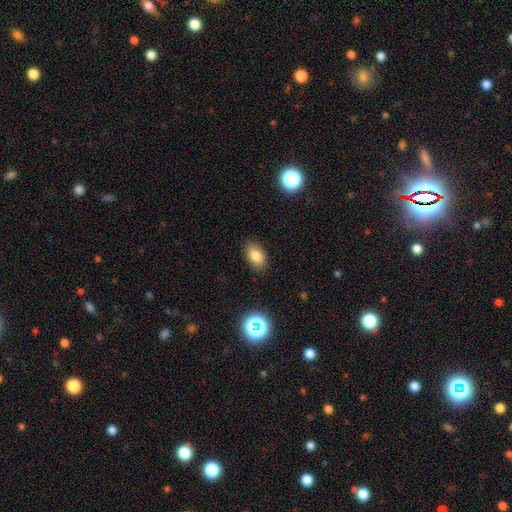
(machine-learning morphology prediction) Overall: smooth (81%). How rounded: in between (87%). Merging: none (87%).